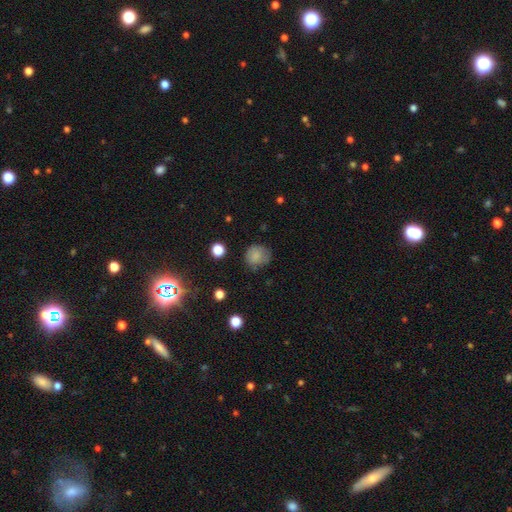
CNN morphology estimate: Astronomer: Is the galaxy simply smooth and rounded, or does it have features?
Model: smooth — 80%.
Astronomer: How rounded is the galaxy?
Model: round — 81%.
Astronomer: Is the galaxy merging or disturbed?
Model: none — 68%.